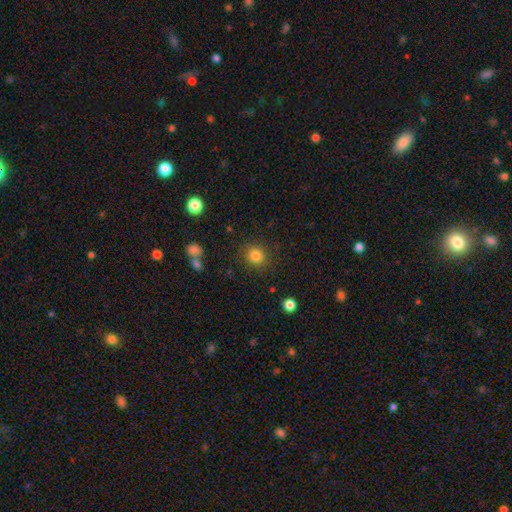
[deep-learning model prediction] Q: Smooth or featured?
A: smooth (83%); runner-up: star or artifact (11%)
Q: How rounded?
A: round (90%); runner-up: in between (9%)
Q: Merging?
A: none (86%); runner-up: minor disturbance (8%)